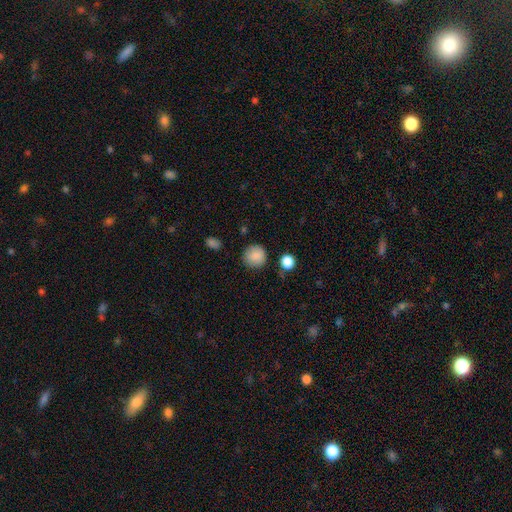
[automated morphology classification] smooth_or_featured: smooth (p=0.87) [alt: star or artifact p=0.09]
how_rounded: round (p=0.93) [alt: in between p=0.06]
merging: none (p=0.85) [alt: minor disturbance p=0.10]